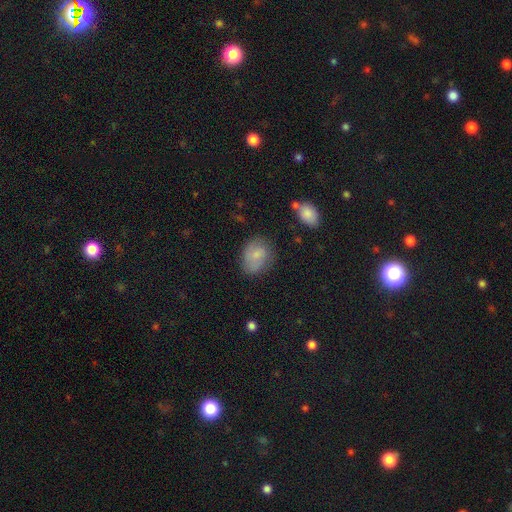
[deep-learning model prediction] A smooth galaxy with no disk features (68%) that is in between round and cigar-shaped (59%). Merging: none (67%).